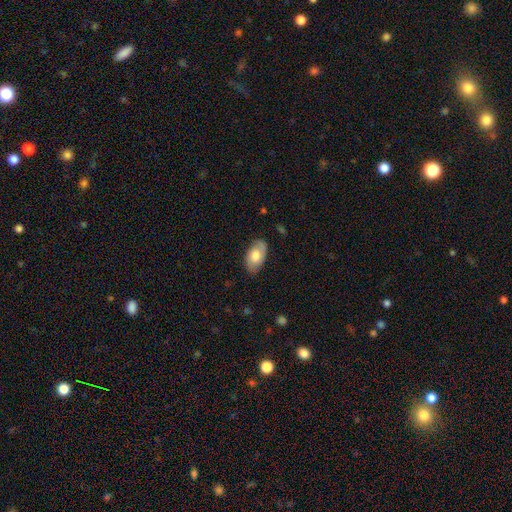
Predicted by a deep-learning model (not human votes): A smooth galaxy with no disk features (61%) that is in between round and cigar-shaped (93%).

Vote fractions:
- Smooth or featured? smooth: 61% / featured or disk: 33% / star or artifact: 6%
- How rounded? in between: 93% / round: 5% / cigar-shaped: 2%
- Merging? none: 80% / minor disturbance: 16% / major disturbance: 3% / merger: 1%